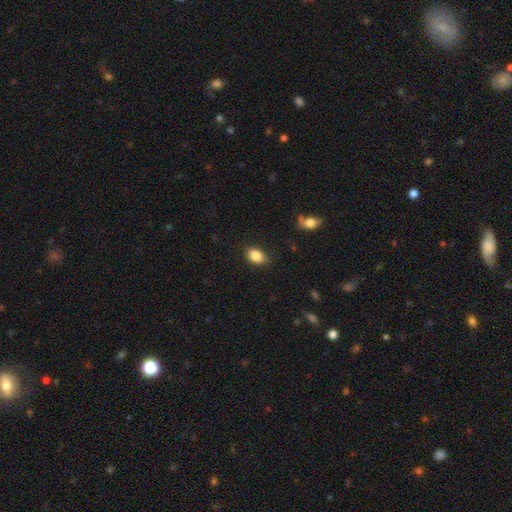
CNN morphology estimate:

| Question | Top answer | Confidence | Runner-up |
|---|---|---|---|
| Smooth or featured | smooth | 86% | star or artifact (8%) |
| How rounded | in between | 80% | round (18%) |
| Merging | none | 79% | minor disturbance (17%) |